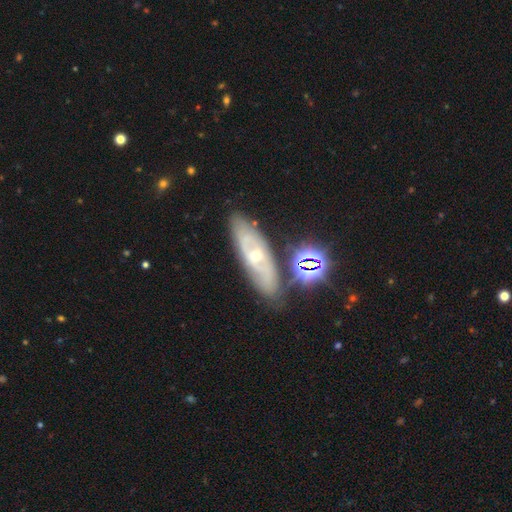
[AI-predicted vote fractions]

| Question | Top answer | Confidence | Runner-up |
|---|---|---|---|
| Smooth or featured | featured or disk | 70% | smooth (18%) |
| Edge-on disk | no | 79% | yes (21%) |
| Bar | no | 61% | weak (30%) |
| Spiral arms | yes | 76% | no (24%) |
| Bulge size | small | 55% | moderate (41%) |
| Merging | none | 77% | minor disturbance (14%) |